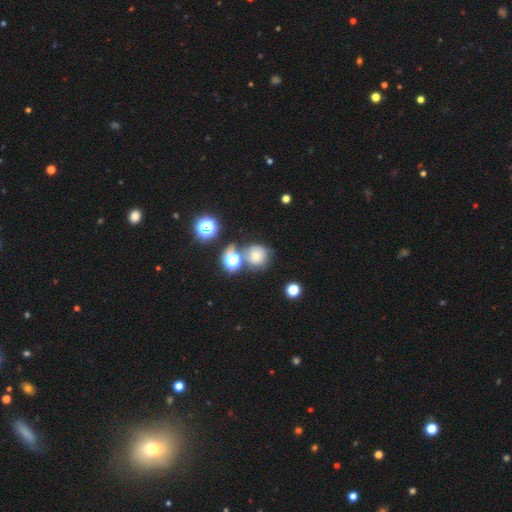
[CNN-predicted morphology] Smooth or featured: smooth — 58% (star or artifact — 23%)
How rounded: round — 86% (in between — 13%)
Merging: none — 57% (merger — 20%)